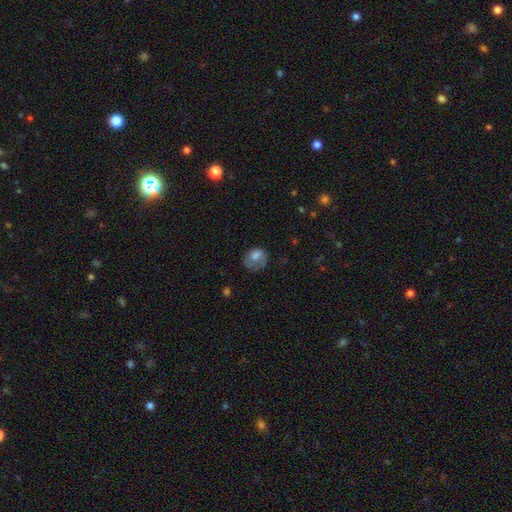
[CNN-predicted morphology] Overall: smooth (66%; featured or disk 26%). How rounded: round (56%; in between 43%). Merging: none (43%; minor disturbance 29%).